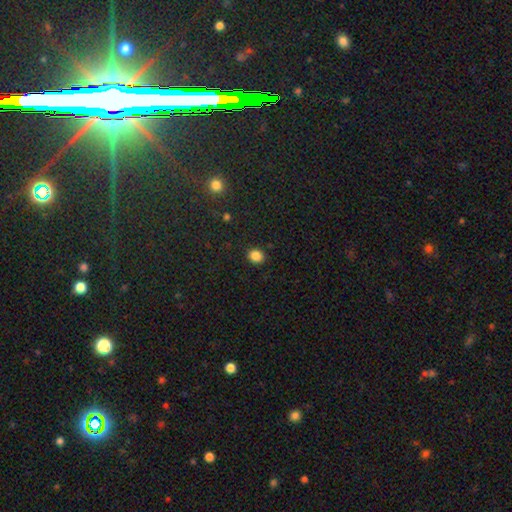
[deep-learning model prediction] Smooth or featured?
  - smooth: 86% *
  - star or artifact: 11%
  - featured or disk: 3%
How rounded?
  - round: 71% *
  - in between: 28%
  - cigar-shaped: 1%
Merging?
  - none: 90% *
  - minor disturbance: 7%
  - major disturbance: 2%
  - merger: 1%